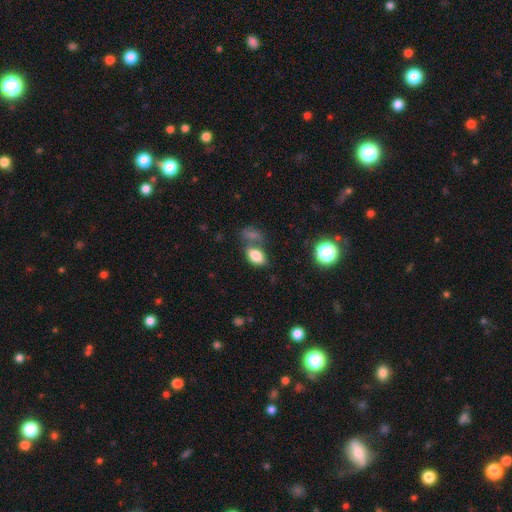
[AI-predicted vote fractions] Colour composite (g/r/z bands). It shows a smooth galaxy with no disk features (81%) that is in between round and cigar-shaped (90%). Merging: none (51%).